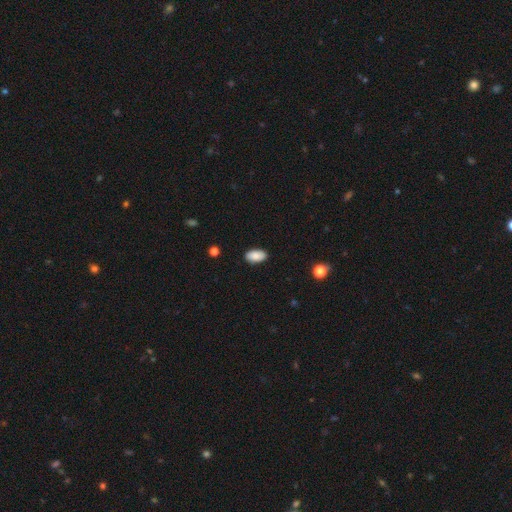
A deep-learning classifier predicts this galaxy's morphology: Smooth or featured? Predicted: smooth (p=0.87). How rounded? Predicted: in between (p=0.95). Merging? Predicted: none (p=0.87).